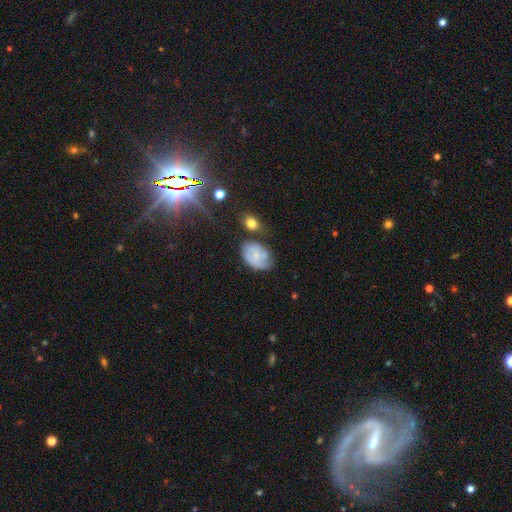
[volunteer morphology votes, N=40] This is likely a featured or disk galaxy (62%). It is clearly not viewed edge-on (100%). Bar: likely no (64%). Spiral arm pattern: clearly yes (96%). Spiral arm count: possibly 2 (50%). Spiral winding: likely tight (62%). Central bulge: clearly small (88%). Merging: likely none (76%).